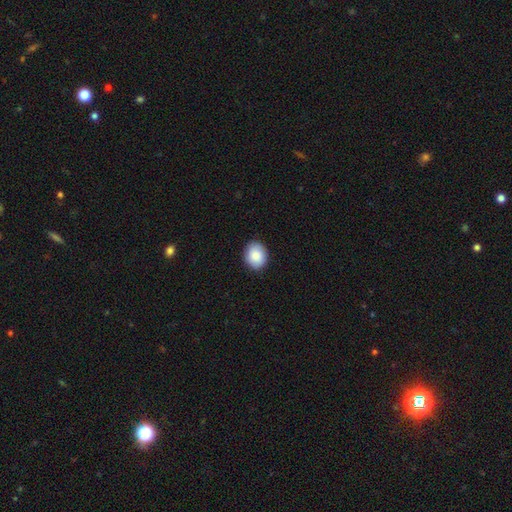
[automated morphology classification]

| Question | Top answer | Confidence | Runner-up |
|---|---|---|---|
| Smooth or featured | smooth | 87% | star or artifact (7%) |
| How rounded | round | 54% | in between (45%) |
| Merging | none | 90% | minor disturbance (8%) |